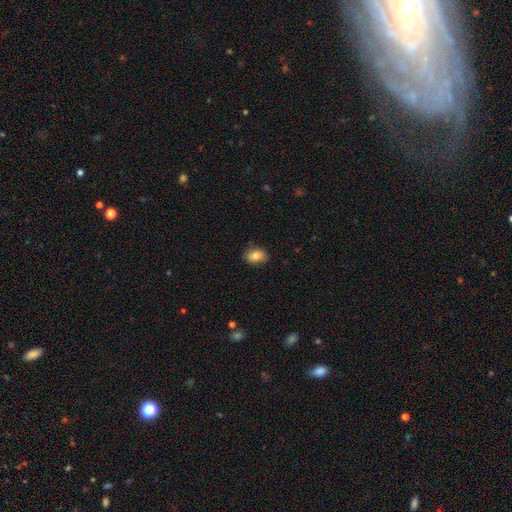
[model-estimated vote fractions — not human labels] A smooth galaxy with no disk features (81%) that is in between round and cigar-shaped (79%). Merging: none (85%).